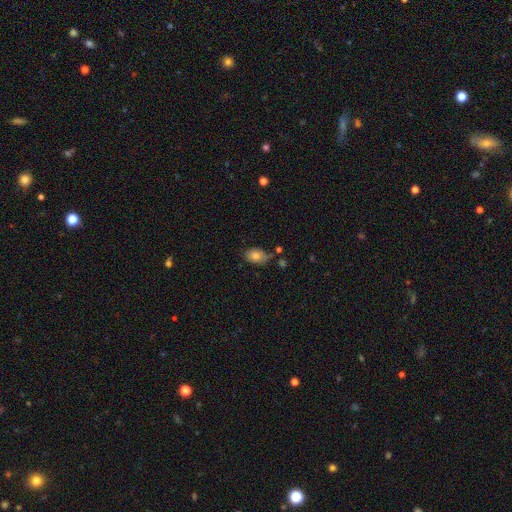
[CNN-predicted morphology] Q: Smooth or featured?
A: smooth (79%); runner-up: featured or disk (12%)
Q: How rounded?
A: in between (84%); runner-up: round (14%)
Q: Merging?
A: none (65%); runner-up: minor disturbance (24%)